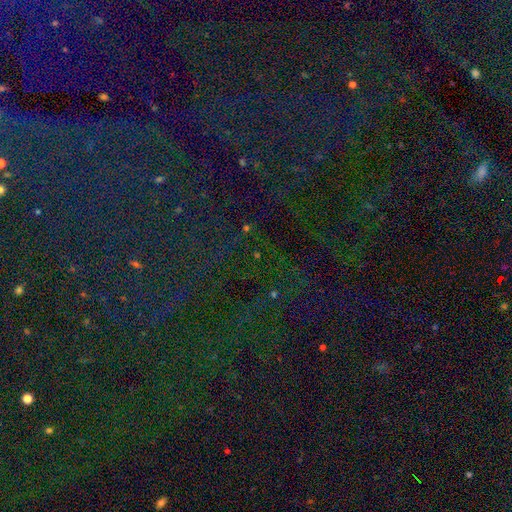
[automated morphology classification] smooth_or_featured: star or artifact (p=0.85) [alt: smooth p=0.08]